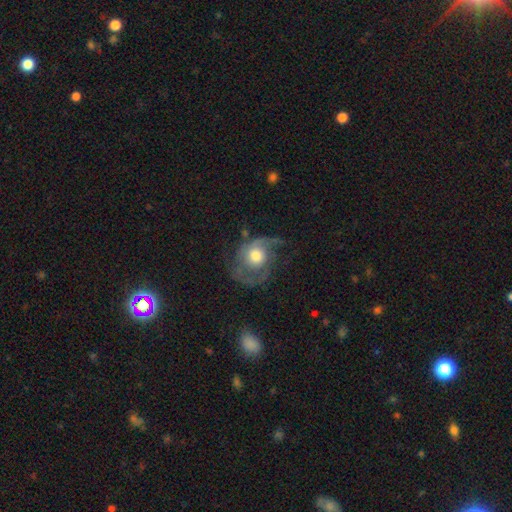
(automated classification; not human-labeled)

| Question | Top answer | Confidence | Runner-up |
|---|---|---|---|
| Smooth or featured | featured or disk | 68% | smooth (26%) |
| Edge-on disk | no | 97% | yes (3%) |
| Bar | no | 80% | weak (17%) |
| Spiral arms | yes | 80% | no (20%) |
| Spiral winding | medium | 41% | loose (36%) |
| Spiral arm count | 2 | 56% | 1 (18%) |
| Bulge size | moderate | 58% | large (30%) |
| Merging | none | 40% | major disturbance (36%) |